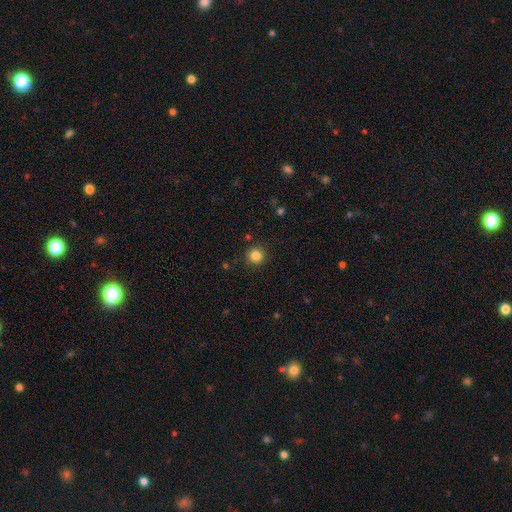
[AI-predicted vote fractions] Q: Smooth or featured?
A: smooth (84%); runner-up: star or artifact (12%)
Q: How rounded?
A: round (94%); runner-up: in between (5%)
Q: Merging?
A: none (91%); runner-up: minor disturbance (6%)